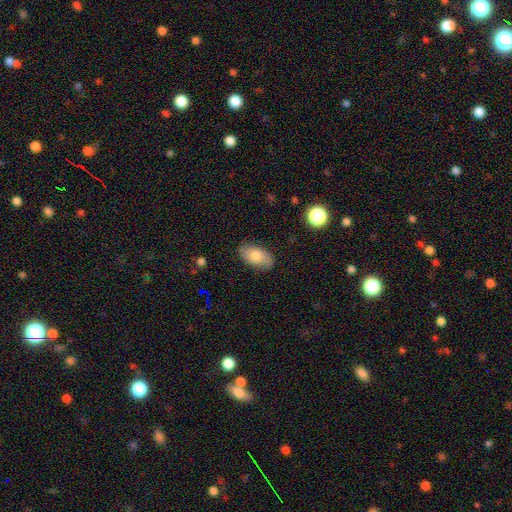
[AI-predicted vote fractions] This appears to be a smooth galaxy with no disk features (76%) that is in between round and cigar-shaped (93%). Merging: none (84%).